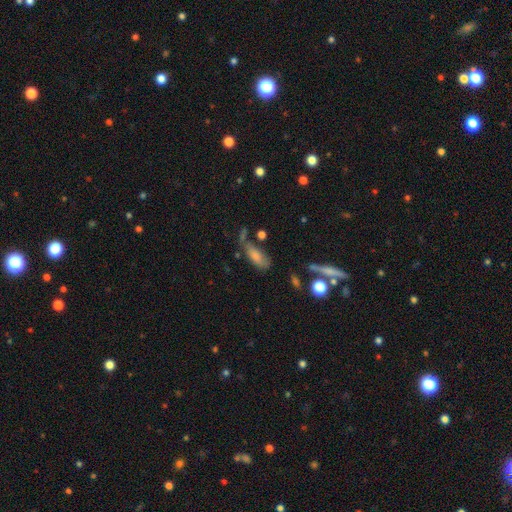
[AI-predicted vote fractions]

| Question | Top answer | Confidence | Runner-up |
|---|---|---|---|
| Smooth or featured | smooth | 73% | featured or disk (18%) |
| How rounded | in between | 72% | cigar-shaped (24%) |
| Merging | none | 42% | minor disturbance (29%) |